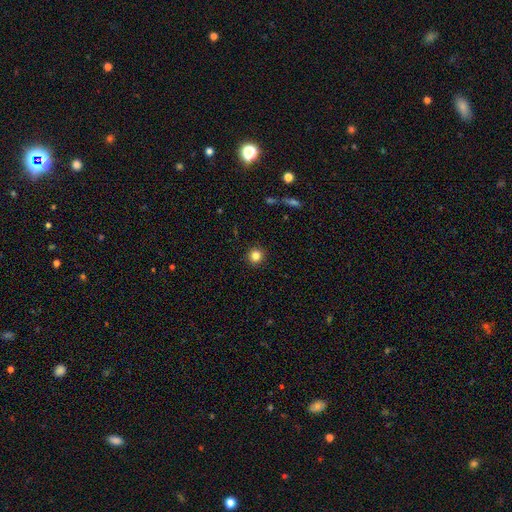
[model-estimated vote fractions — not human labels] This appears to be a smooth galaxy with no disk features (83%) that is round (93%). Merging: none (92%).